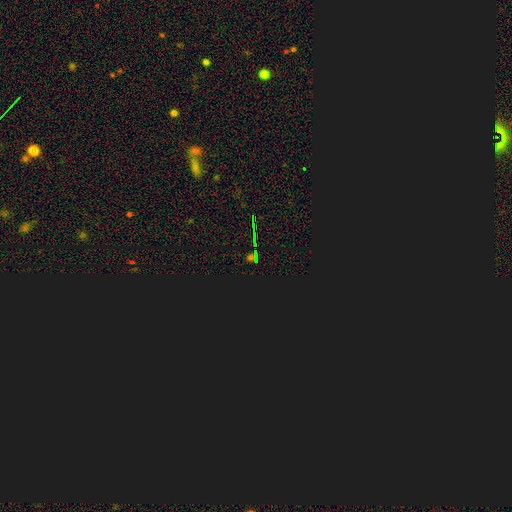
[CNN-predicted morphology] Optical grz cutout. It shows a star or artifact, not a galaxy (79%).